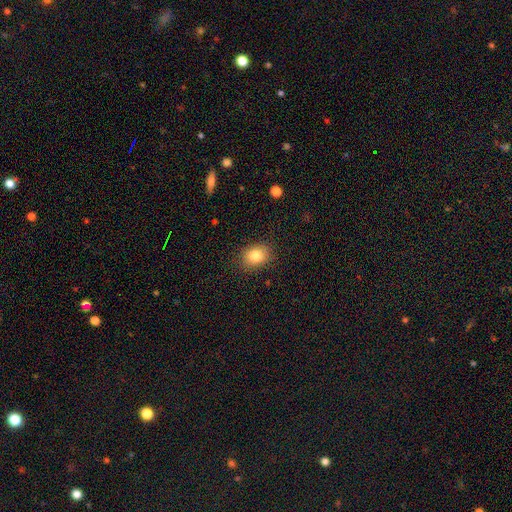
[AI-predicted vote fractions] This appears to be a smooth galaxy with no disk features (82%) that is in between round and cigar-shaped (55%). Merging: none (86%).